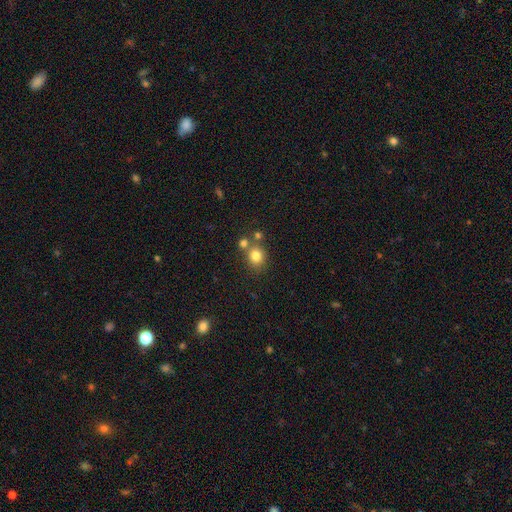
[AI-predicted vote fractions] Morphology: type=smooth (80%); roundness=round (77%); merging=none (65%).